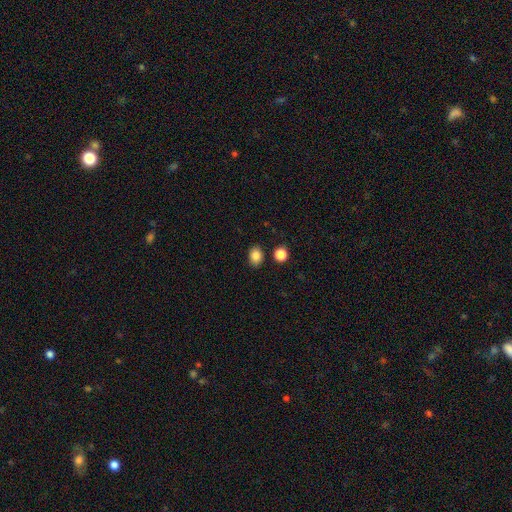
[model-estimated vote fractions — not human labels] This is clearly a smooth galaxy (85%). How rounded: possibly in between (56%). Merging: clearly none (85%).